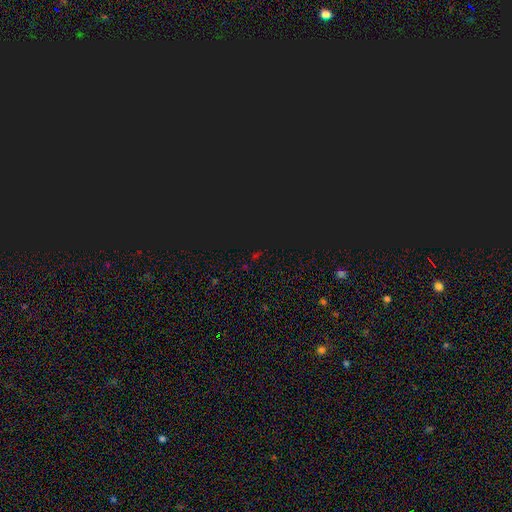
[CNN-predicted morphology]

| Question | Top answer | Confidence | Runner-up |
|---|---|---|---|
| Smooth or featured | star or artifact | 72% | smooth (21%) |